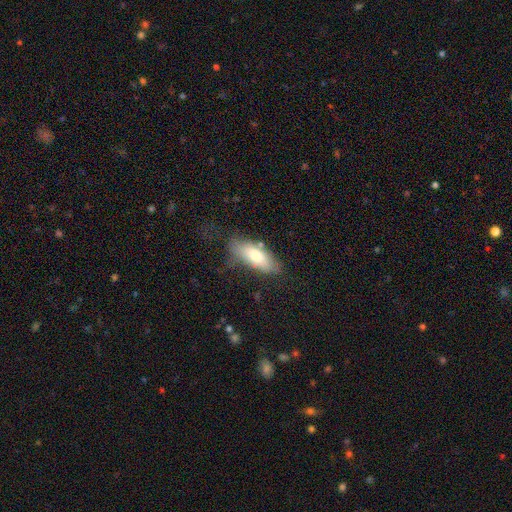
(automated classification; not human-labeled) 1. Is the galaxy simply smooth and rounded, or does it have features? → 75% smooth, 19% featured or disk, 7% star or artifact.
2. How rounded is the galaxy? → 78% in between, 20% cigar-shaped, 2% round.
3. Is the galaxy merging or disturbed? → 61% none, 25% minor disturbance, 10% major disturbance, 4% merger.